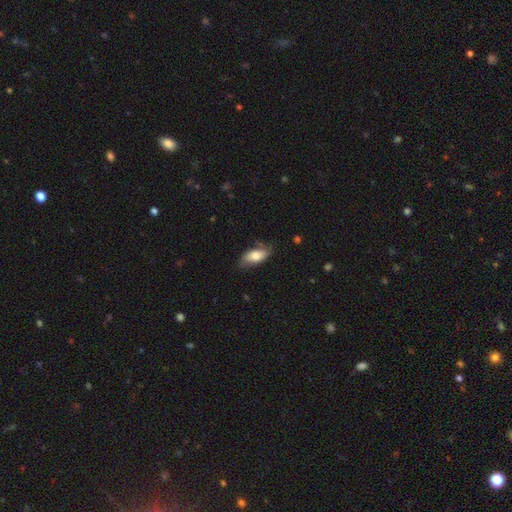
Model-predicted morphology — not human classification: A smooth galaxy with no disk features (70%) that is in between round and cigar-shaped (87%). Merging: none (64%).